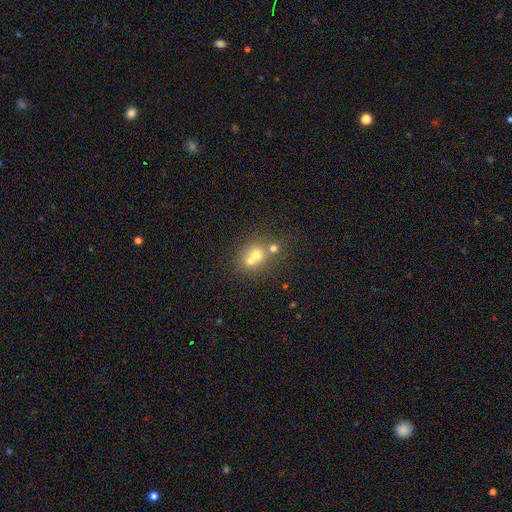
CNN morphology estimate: Q: Smooth or featured?
A: smooth (62%); runner-up: featured or disk (22%)
Q: How rounded?
A: round (78%); runner-up: in between (21%)
Q: Merging?
A: merger (55%); runner-up: none (36%)